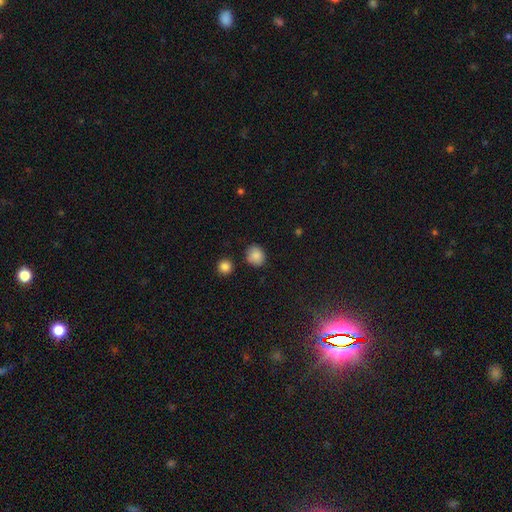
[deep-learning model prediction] A smooth galaxy with no disk features (86%) that is round (76%).

Vote fractions:
- Smooth or featured? smooth: 86% / star or artifact: 9% / featured or disk: 5%
- How rounded? round: 76% / in between: 23% / cigar-shaped: 1%
- Merging? none: 82% / minor disturbance: 12% / merger: 4% / major disturbance: 3%